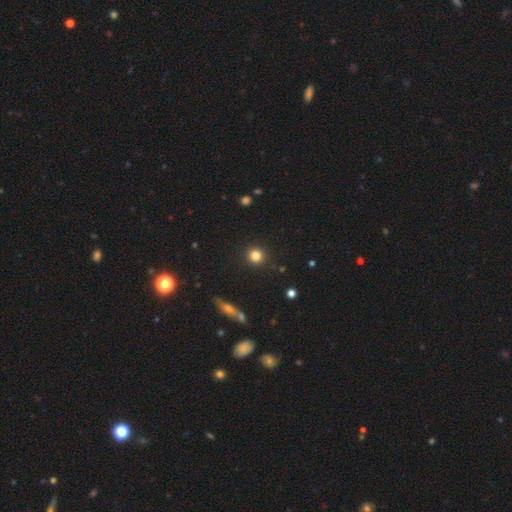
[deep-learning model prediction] A smooth galaxy with no disk features (82%) that is round (93%). Merging: none (91%).